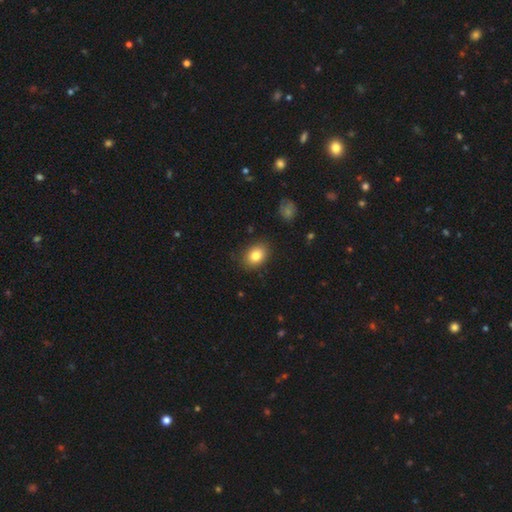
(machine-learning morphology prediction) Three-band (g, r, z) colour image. It shows a smooth galaxy with no disk features (82%) that is in between round and cigar-shaped (66%). Merging: none (85%).